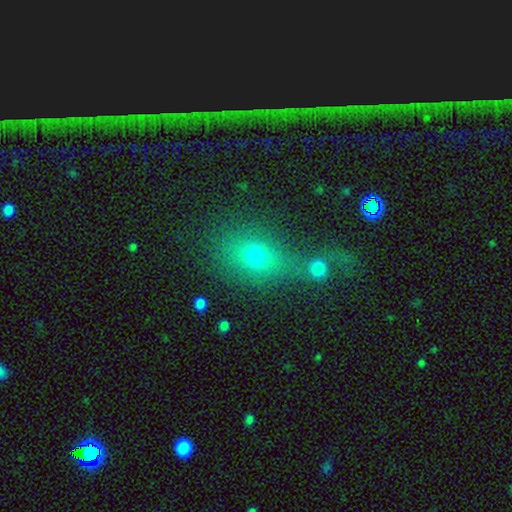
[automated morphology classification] Smooth or featured?
  - smooth: 67% *
  - star or artifact: 19%
  - featured or disk: 14%
How rounded?
  - round: 51% *
  - in between: 47%
  - cigar-shaped: 3%
Merging?
  - merger: 44% *
  - none: 39%
  - minor disturbance: 9%
  - major disturbance: 8%